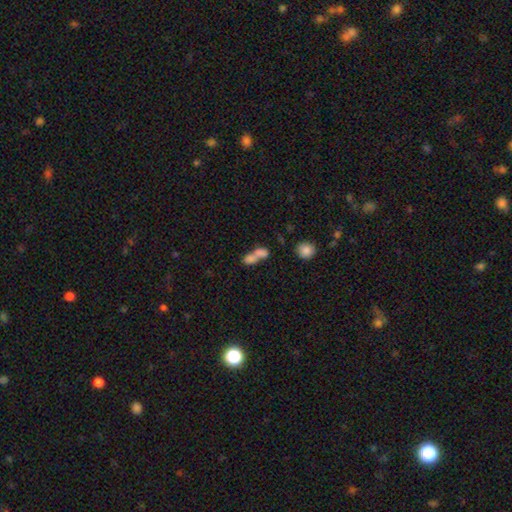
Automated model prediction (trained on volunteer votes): Morphology: type=smooth (71%); roundness=in between (66%); merging=merger (72%).